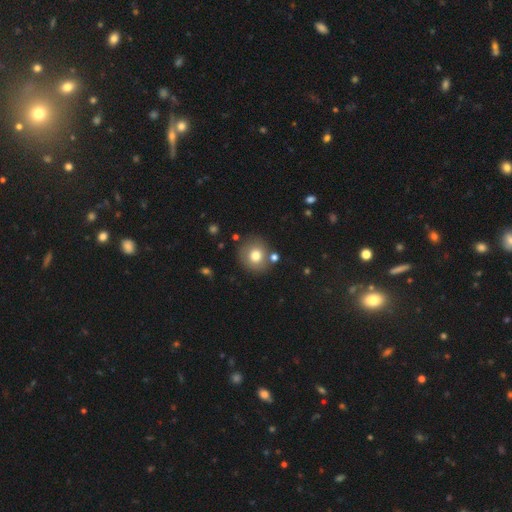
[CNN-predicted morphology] smooth_or_featured: smooth (p=0.75) [alt: featured or disk p=0.14]
how_rounded: round (p=0.86) [alt: in between p=0.13]
merging: none (p=0.80) [alt: minor disturbance p=0.11]